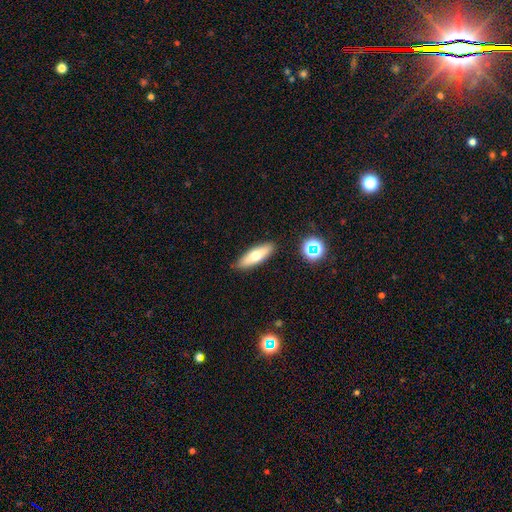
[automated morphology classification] Smooth or featured: smooth — 62% (featured or disk — 30%)
How rounded: in between — 49% (tied with cigar-shaped — 49%)
Merging: none — 87% (minor disturbance — 9%)